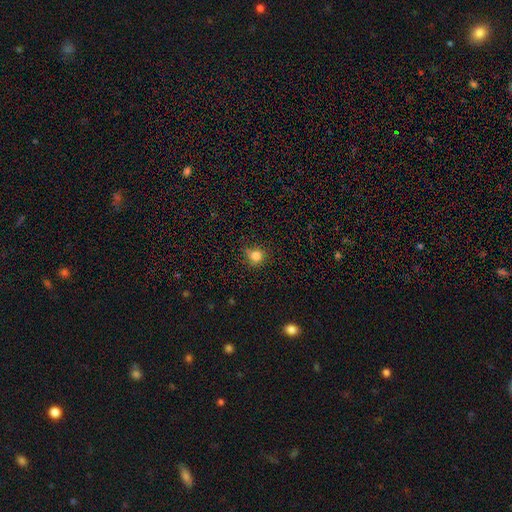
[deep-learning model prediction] A smooth galaxy with no disk features (82%) that is round (85%).

Vote fractions:
- Smooth or featured? smooth: 82% / star or artifact: 13% / featured or disk: 5%
- How rounded? round: 85% / in between: 14% / cigar-shaped: 1%
- Merging? none: 77% / minor disturbance: 18% / major disturbance: 4% / merger: 2%